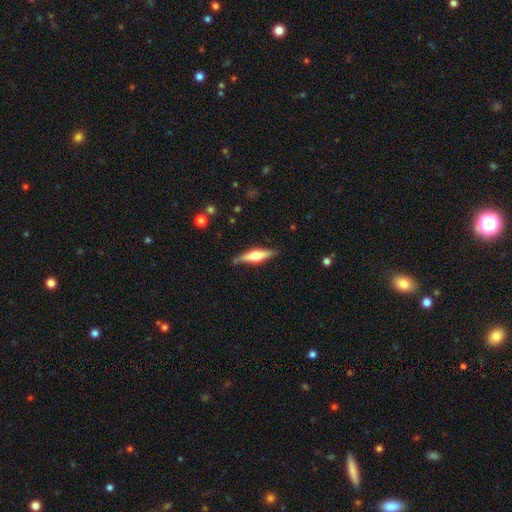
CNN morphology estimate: A featured or disk galaxy (58%) viewed edge-on (95%) with a rounded central bulge (87%).

Vote fractions:
- Smooth or featured? featured or disk: 58% / smooth: 36% / star or artifact: 6%
- Edge-on disk? yes: 95% / no: 5%
- Edge-on bulge? rounded: 87% / boxy: 10% / none: 3%
- Merging? none: 82% / minor disturbance: 13% / major disturbance: 3% / merger: 2%